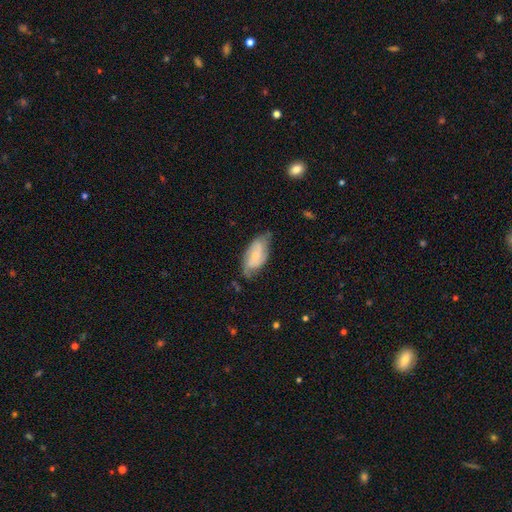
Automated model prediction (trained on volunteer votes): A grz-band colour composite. It shows a featured or disk galaxy (62%) with no bar (54%), 2 (59%) medium (44%) spiral arms (90%) and a small central bulge (63%). Merging: none (59%).